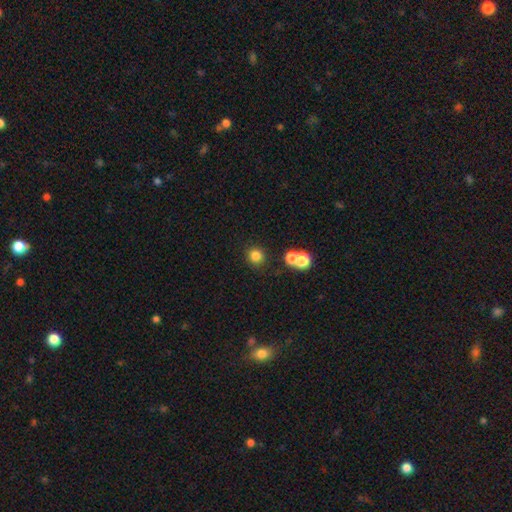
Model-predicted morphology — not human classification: A smooth galaxy with no disk features (80%) that is round (91%). Merging: none (83%).